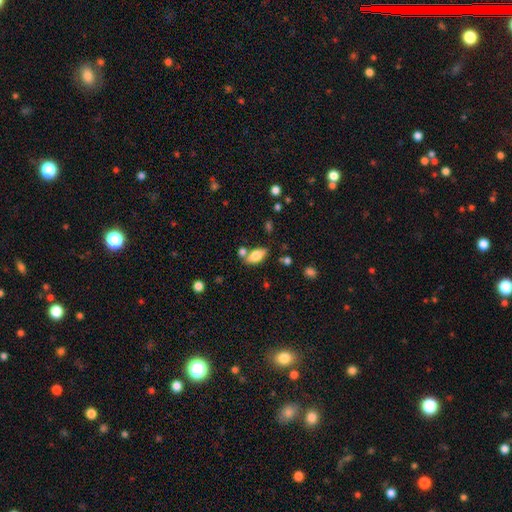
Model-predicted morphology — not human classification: This appears to be a smooth galaxy with no disk features (77%) that is in between round and cigar-shaped (89%). Merging: none (65%).